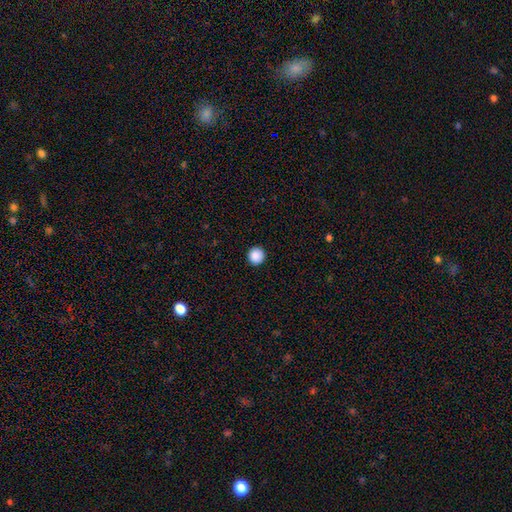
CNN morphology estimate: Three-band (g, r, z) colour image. It shows a smooth galaxy with no disk features (89%) that is round (95%). Merging: none (93%).